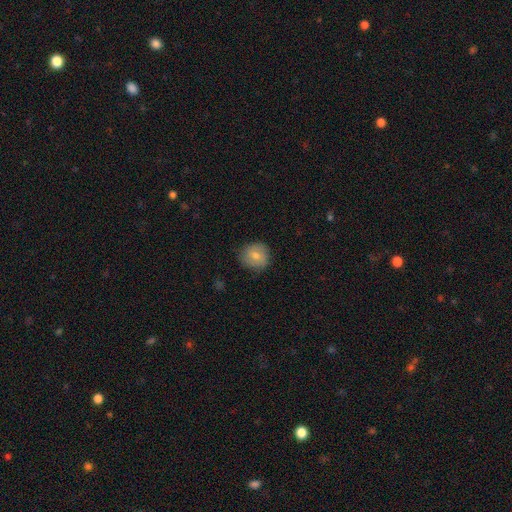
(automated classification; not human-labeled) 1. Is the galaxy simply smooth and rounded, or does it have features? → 76% smooth, 16% featured or disk, 8% star or artifact.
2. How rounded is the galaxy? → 86% round, 13% in between, 1% cigar-shaped.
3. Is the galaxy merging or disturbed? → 80% none, 15% minor disturbance, 3% major disturbance, 1% merger.